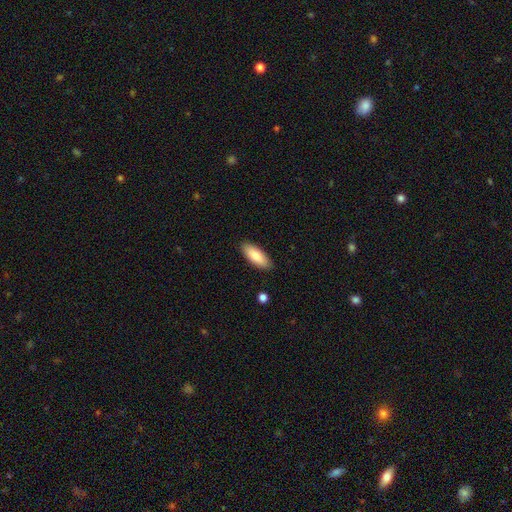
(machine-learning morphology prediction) smooth_or_featured: smooth (p=0.82) [alt: featured or disk p=0.12]
how_rounded: in between (p=0.76) [alt: cigar-shaped p=0.23]
merging: none (p=0.88) [alt: minor disturbance p=0.09]